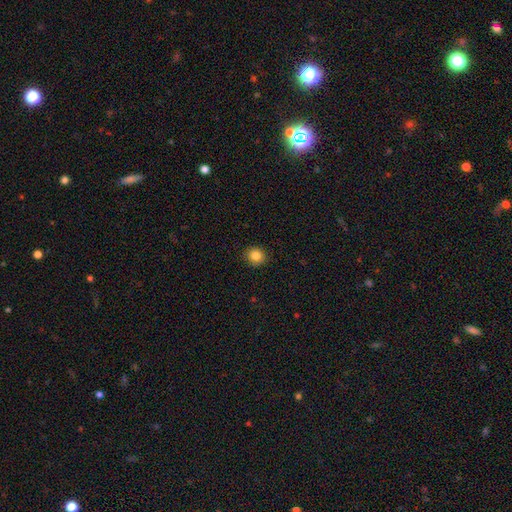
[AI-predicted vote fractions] A smooth galaxy with no disk features (85%) that is round (87%). Merging: none (91%).